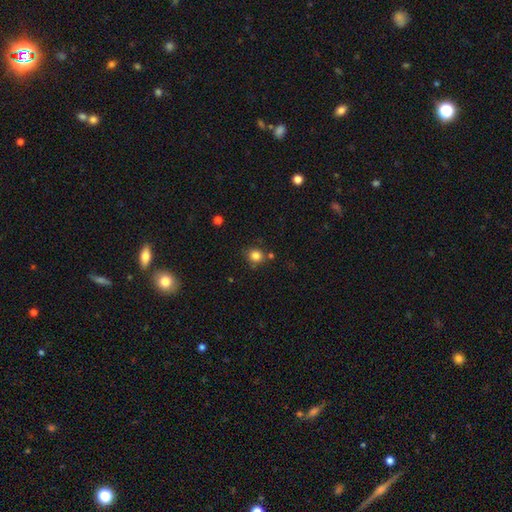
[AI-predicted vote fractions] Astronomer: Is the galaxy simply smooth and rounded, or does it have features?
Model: smooth — 83%.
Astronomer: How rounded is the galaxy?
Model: round — 86%.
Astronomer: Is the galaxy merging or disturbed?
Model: none — 75%.